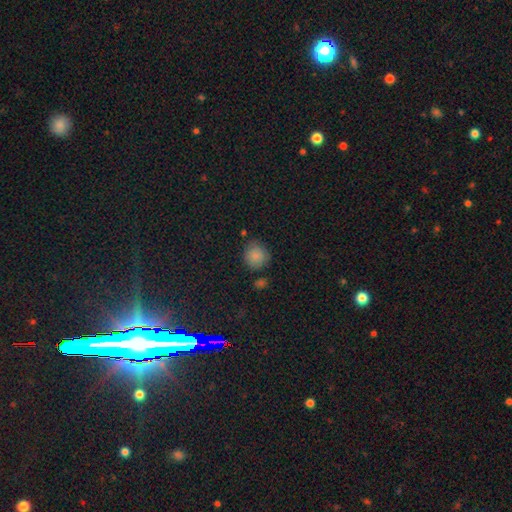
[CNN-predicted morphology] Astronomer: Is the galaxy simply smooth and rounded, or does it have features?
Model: smooth — 86%.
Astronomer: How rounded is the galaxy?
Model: round — 88%.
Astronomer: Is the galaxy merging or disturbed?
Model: none — 74%.